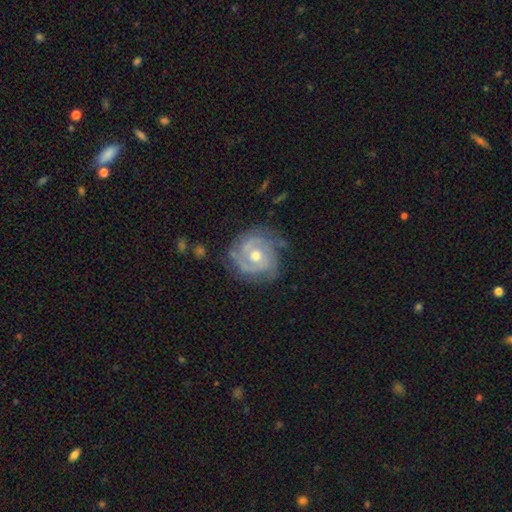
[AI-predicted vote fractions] Smooth or featured? Predicted: featured or disk (p=0.84). Edge-on disk? Predicted: no (p=0.98). Bar? Predicted: no (p=0.74). Spiral arms? Predicted: yes (p=0.92). Spiral winding? Predicted: tight (p=0.64). Spiral arm count? Predicted: 2 (p=0.31). Bulge size? Predicted: moderate (p=0.74). Merging? Predicted: none (p=0.70).